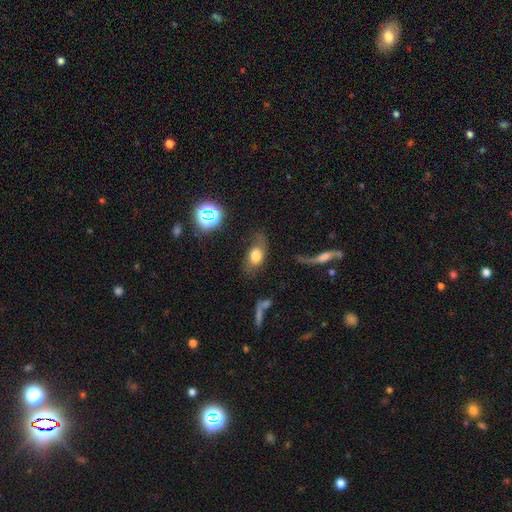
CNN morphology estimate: A smooth galaxy with no disk features (59%) that is in between round and cigar-shaped (82%). Merging: none (51%).